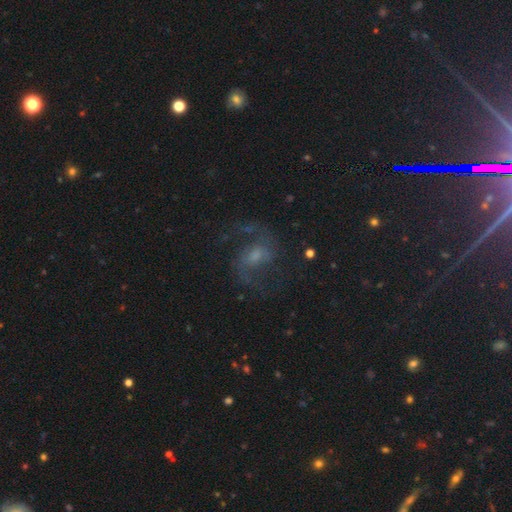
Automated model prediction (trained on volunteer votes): Overall: featured or disk (80%). Edge-on disk: no (98%). Bar: weak (53%; no 32%). Spiral arms: yes (95%). Spiral arm count: 2 (92%). Spiral winding: medium (49%; loose 42%). Bulge size: moderate (41%; small 37%). Merging: none (71%).